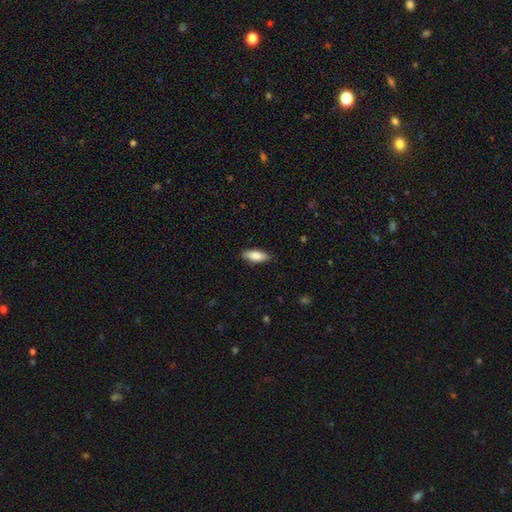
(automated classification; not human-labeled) A smooth galaxy with no disk features (82%) that is in between round and cigar-shaped (75%).

Vote fractions:
- Smooth or featured? smooth: 82% / featured or disk: 12% / star or artifact: 6%
- How rounded? in between: 75% / cigar-shaped: 23% / round: 2%
- Merging? none: 85% / minor disturbance: 12% / major disturbance: 2% / merger: 1%